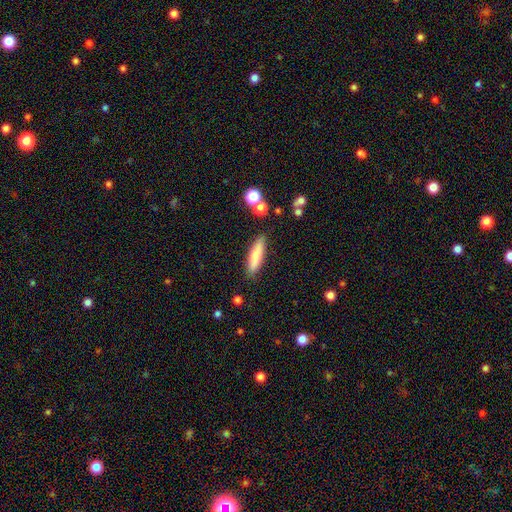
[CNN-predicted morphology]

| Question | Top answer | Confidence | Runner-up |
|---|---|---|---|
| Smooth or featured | smooth | 79% | featured or disk (15%) |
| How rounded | cigar-shaped | 76% | in between (22%) |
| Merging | none | 85% | minor disturbance (10%) |